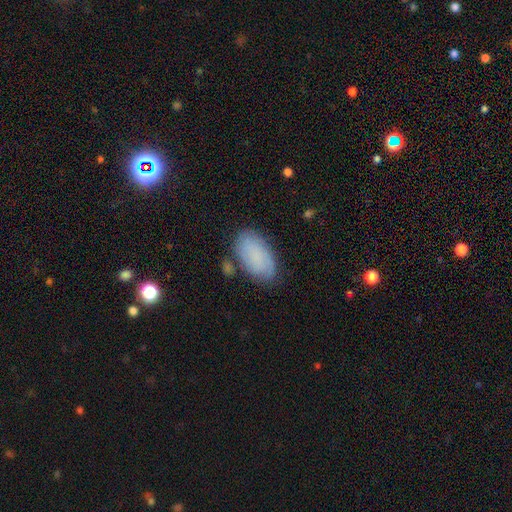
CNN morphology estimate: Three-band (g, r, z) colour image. It shows a smooth galaxy with no disk features (74%) that is in between round and cigar-shaped (94%). Merging: none (71%).